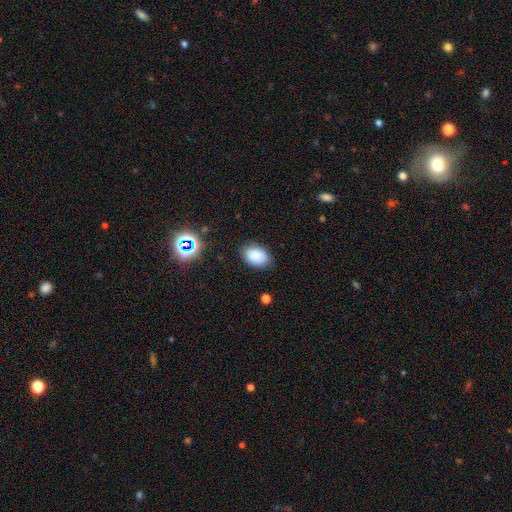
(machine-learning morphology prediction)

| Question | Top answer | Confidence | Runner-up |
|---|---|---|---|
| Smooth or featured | smooth | 84% | star or artifact (10%) |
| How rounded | in between | 88% | round (11%) |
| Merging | none | 80% | minor disturbance (15%) |